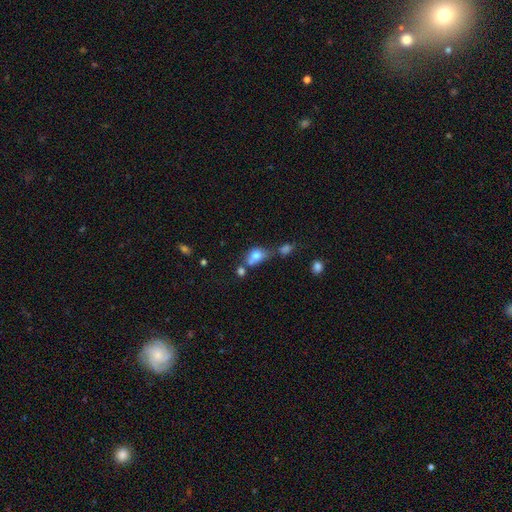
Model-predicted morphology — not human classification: The model was most divided on "merging": merger: 44%, none: 31%, minor disturbance: 16%, major disturbance: 10%. More confident: smooth or featured — smooth (75%); how rounded — in between (60%).